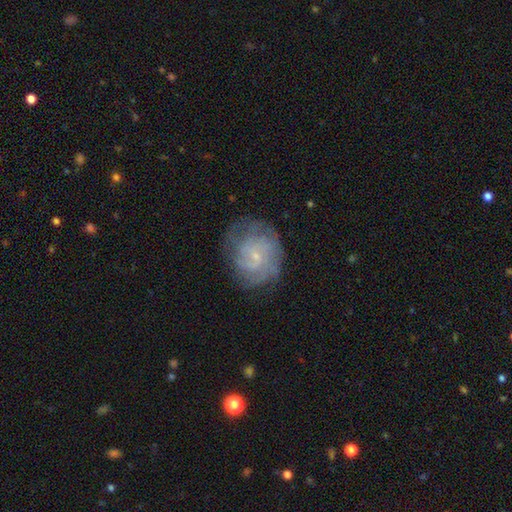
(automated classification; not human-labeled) Smooth or featured: featured or disk — 69% (smooth — 22%)
Edge-on disk: no — 98% (yes — 2%)
Bar: no — 67% (weak — 29%)
Spiral arms: yes — 86% (no — 14%)
Spiral winding: tight — 58% (medium — 31%)
Spiral arm count: can't tell — 50% (2 — 17%)
Bulge size: small — 80% (moderate — 12%)
Merging: none — 67% (minor disturbance — 21%)